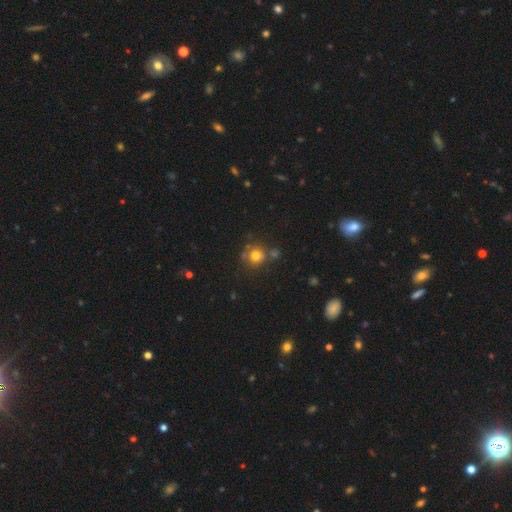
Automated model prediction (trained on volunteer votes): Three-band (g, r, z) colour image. It shows a smooth galaxy with no disk features (74%) that is round (89%). Merging: none (65%).